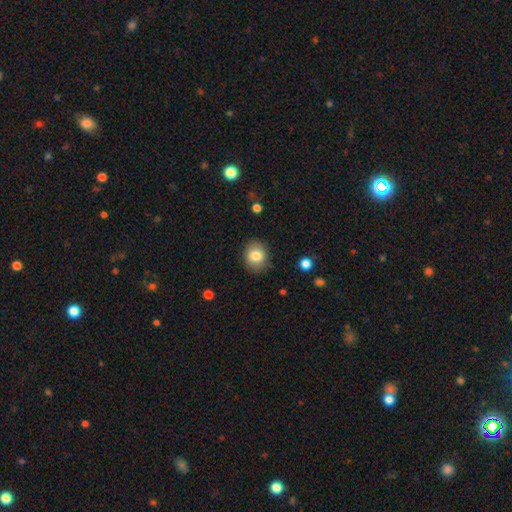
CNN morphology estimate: Smooth or featured?
  - smooth: 82% *
  - featured or disk: 10%
  - star or artifact: 9%
How rounded?
  - round: 62% *
  - in between: 37%
  - cigar-shaped: 1%
Merging?
  - none: 86% *
  - minor disturbance: 11%
  - major disturbance: 3%
  - merger: 1%